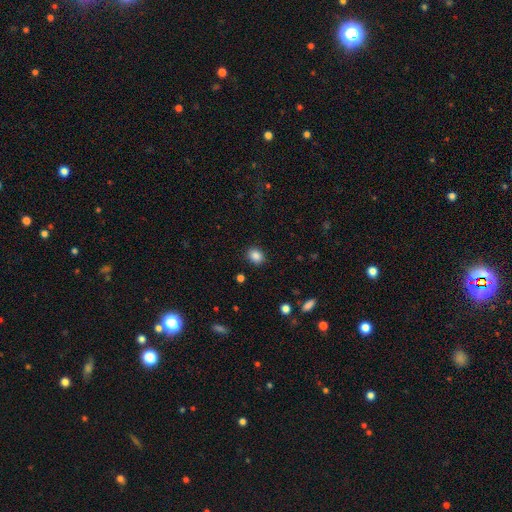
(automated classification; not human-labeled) This is clearly a smooth galaxy (86%). How rounded: possibly round (51%). Merging: clearly none (88%).